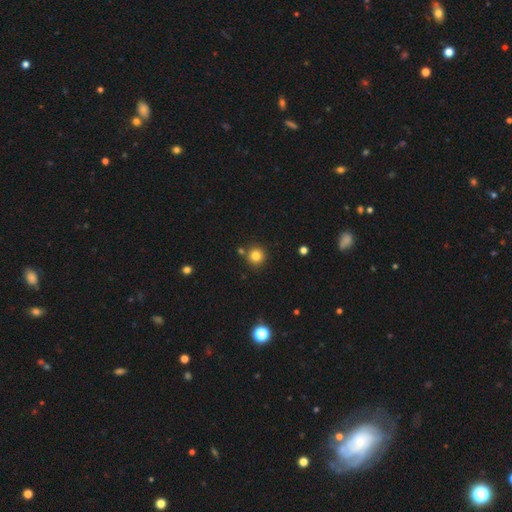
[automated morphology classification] type=smooth (81%); roundness=round (94%); merging=none (82%).